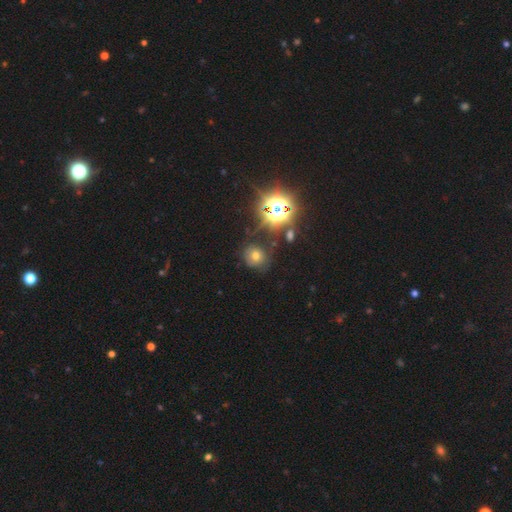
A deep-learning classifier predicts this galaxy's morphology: Smooth or featured? smooth (55%)
How rounded? round (86%)
Merging? none (78%)